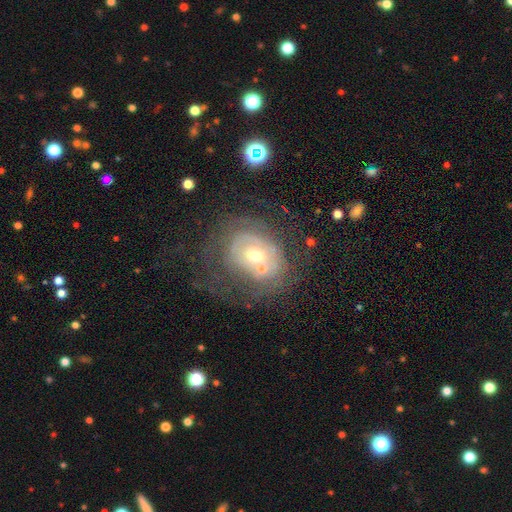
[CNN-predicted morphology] This is likely a featured or disk galaxy (66%). It is clearly not viewed edge-on (96%). Bar: clearly no (82%). Spiral arm pattern: possibly yes (54%). Central bulge: possibly moderate (60%). Merging: marginally none (45%).